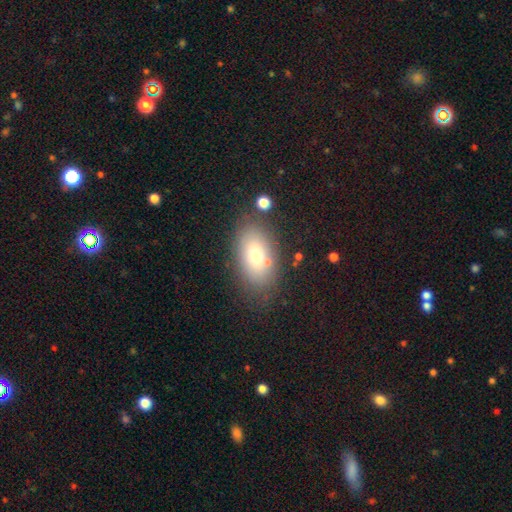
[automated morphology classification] Smooth or featured? Predicted: smooth (p=0.70). How rounded? Predicted: in between (p=0.88). Merging? Predicted: none (p=0.74).